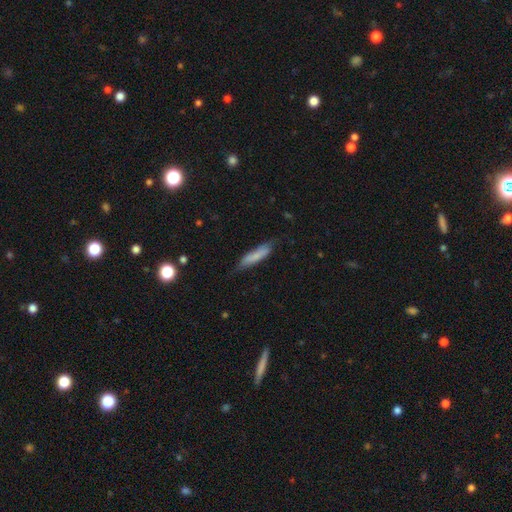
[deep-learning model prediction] Smooth or featured? smooth (73%)
How rounded? cigar-shaped (80%)
Merging? none (69%)